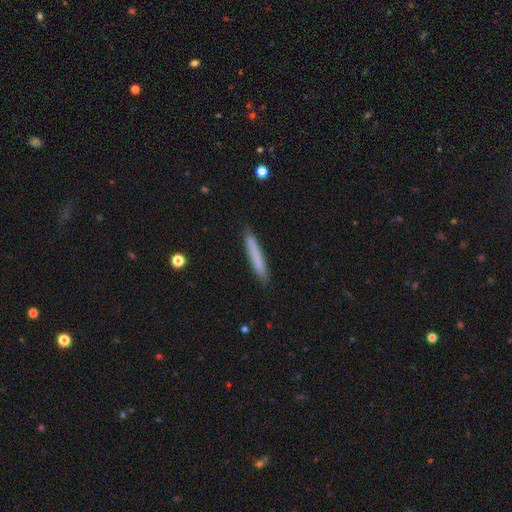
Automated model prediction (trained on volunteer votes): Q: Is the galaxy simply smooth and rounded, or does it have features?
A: smooth — 77%.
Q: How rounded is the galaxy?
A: cigar-shaped — 95%.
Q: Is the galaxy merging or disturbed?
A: none — 90%.